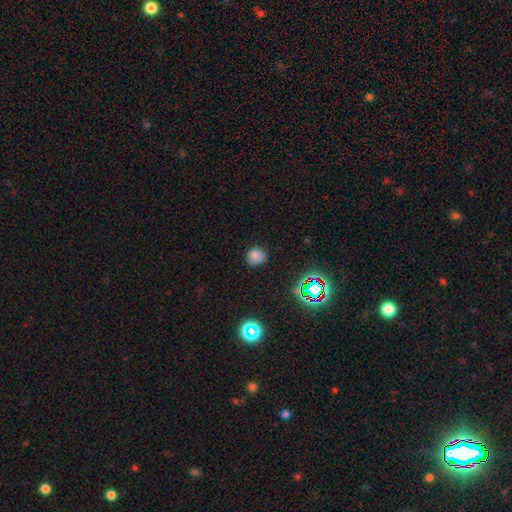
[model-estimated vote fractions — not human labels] Smooth or featured: smooth — 77% (star or artifact — 18%)
How rounded: round — 78% (in between — 21%)
Merging: none — 77% (minor disturbance — 18%)